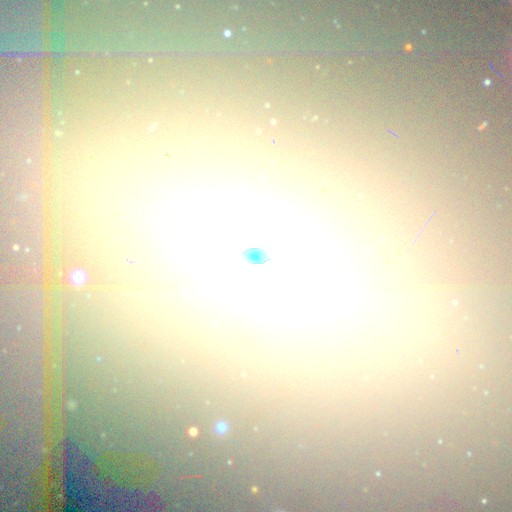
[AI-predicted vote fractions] Overall: star or artifact (42%; smooth 30%).